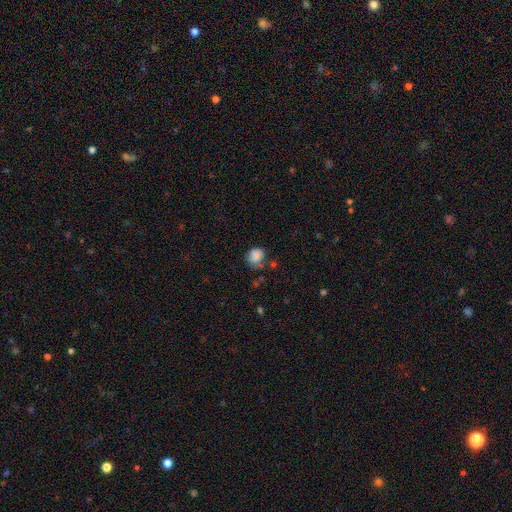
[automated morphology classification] Q: Smooth or featured?
A: smooth (80%); runner-up: star or artifact (10%)
Q: How rounded?
A: round (64%); runner-up: in between (35%)
Q: Merging?
A: none (49%); runner-up: minor disturbance (29%)